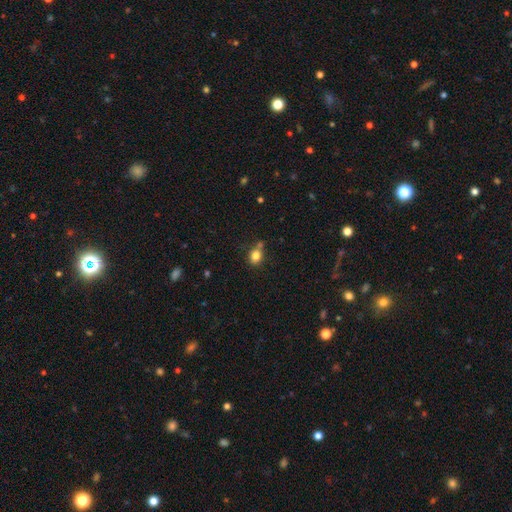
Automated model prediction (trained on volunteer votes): smooth_or_featured: smooth (p=0.82) [alt: star or artifact p=0.11]
how_rounded: round (p=0.56) [alt: in between p=0.43]
merging: none (p=0.68) [alt: minor disturbance p=0.14]